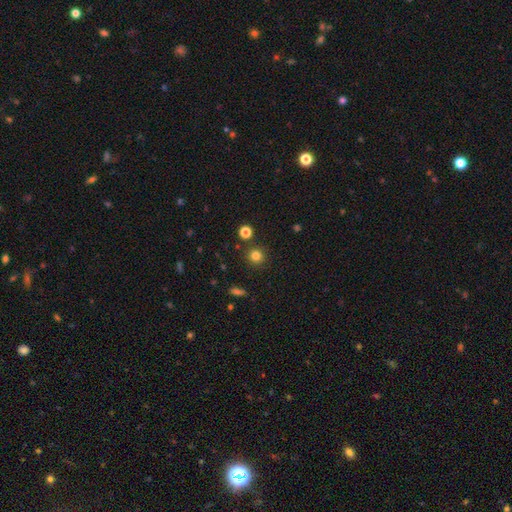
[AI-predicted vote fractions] A smooth galaxy with no disk features (80%) that is round (93%).

Vote fractions:
- Smooth or featured? smooth: 80% / star or artifact: 14% / featured or disk: 5%
- How rounded? round: 93% / in between: 6% / cigar-shaped: 1%
- Merging? none: 88% / minor disturbance: 6% / merger: 4% / major disturbance: 2%